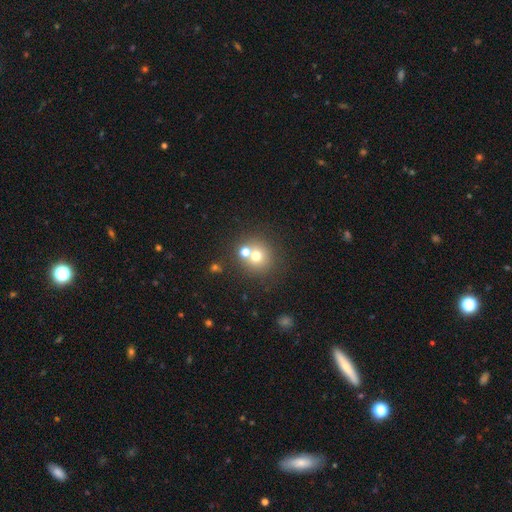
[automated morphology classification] Smooth or featured?
  - smooth: 69% *
  - star or artifact: 16%
  - featured or disk: 15%
How rounded?
  - round: 90% *
  - in between: 9%
  - cigar-shaped: 1%
Merging?
  - none: 61% *
  - merger: 29%
  - minor disturbance: 7%
  - major disturbance: 3%